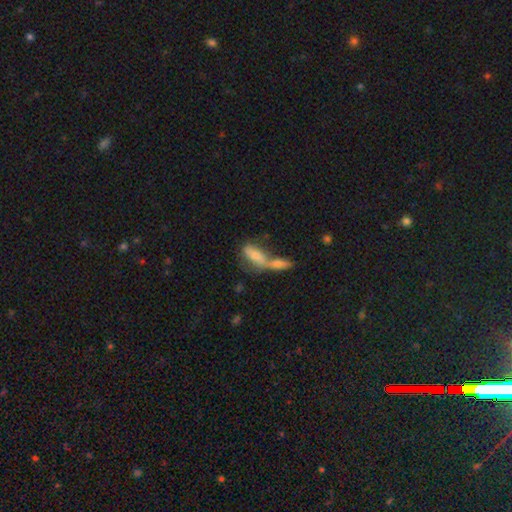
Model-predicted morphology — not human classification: A smooth galaxy with no disk features (65%) that is in between round and cigar-shaped (66%). Merging: merger (61%).